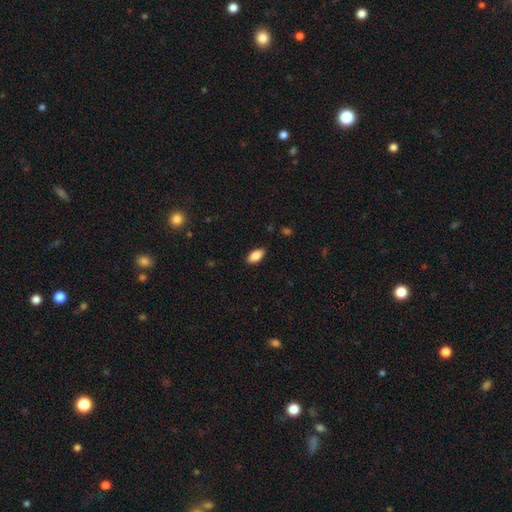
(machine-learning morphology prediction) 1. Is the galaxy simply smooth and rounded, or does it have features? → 86% smooth, 7% star or artifact, 7% featured or disk.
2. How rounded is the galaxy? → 91% in between, 6% cigar-shaped, 3% round.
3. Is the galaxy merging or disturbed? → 85% none, 12% minor disturbance, 2% major disturbance, 1% merger.